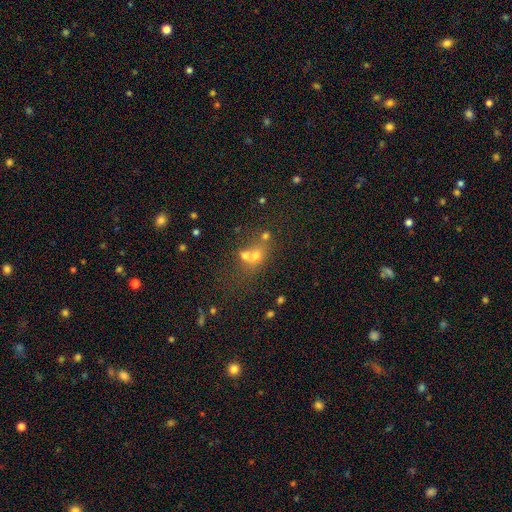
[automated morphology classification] This appears to be a smooth galaxy with no disk features (58%) that is round (56%). Merging: merger (54%).